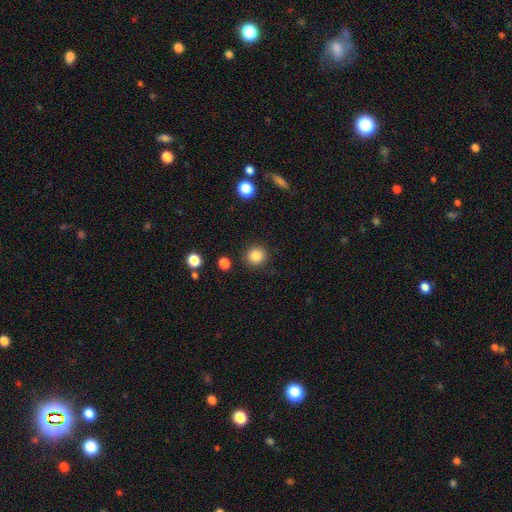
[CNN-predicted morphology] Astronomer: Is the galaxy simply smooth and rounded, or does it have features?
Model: smooth — 86%.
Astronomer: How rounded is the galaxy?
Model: round — 89%.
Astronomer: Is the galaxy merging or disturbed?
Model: none — 88%.